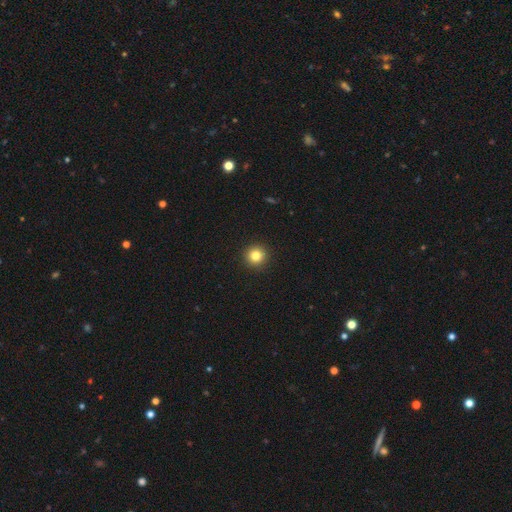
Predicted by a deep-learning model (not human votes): smooth 82%, star or artifact 12%, featured or disk 6%. Down the decision tree: how rounded — round (95%); merging — none (93%).